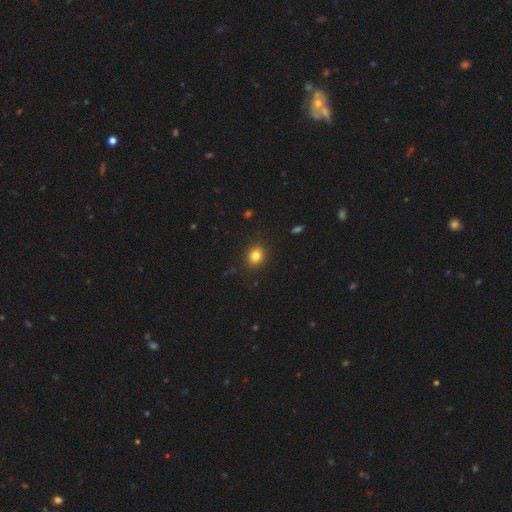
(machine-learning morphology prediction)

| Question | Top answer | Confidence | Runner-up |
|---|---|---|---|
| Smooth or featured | smooth | 82% | star or artifact (11%) |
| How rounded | round | 67% | in between (33%) |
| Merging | none | 89% | minor disturbance (8%) |